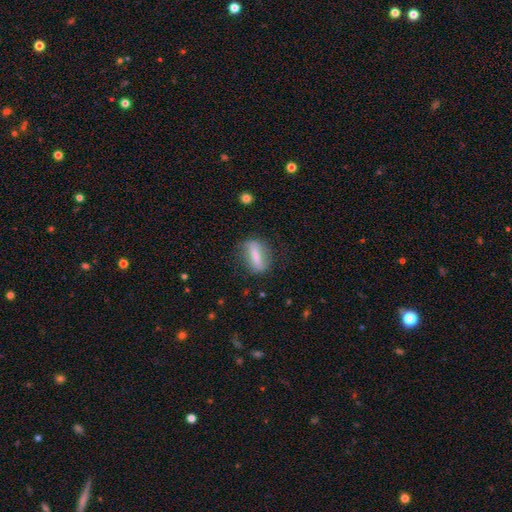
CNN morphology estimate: A smooth galaxy with no disk features (54%) that is in between round and cigar-shaped (54%). Merging: none (72%).